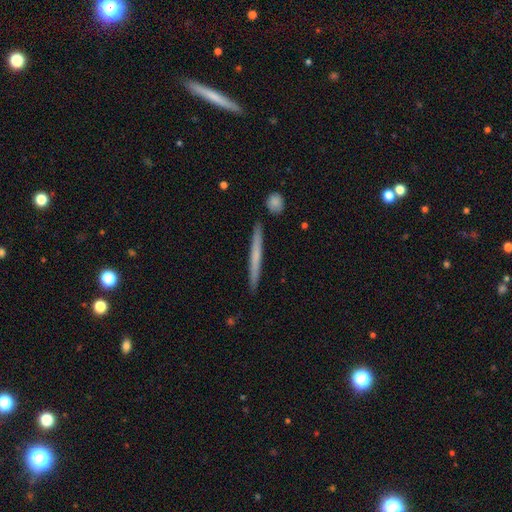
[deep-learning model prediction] This is possibly a smooth galaxy (53%). How rounded: clearly cigar-shaped (97%). Merging: clearly none (89%).